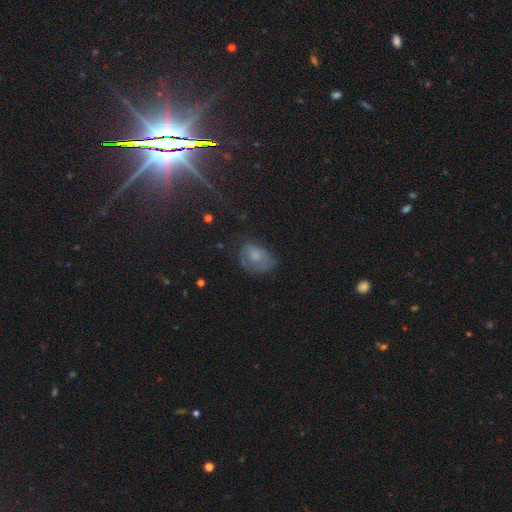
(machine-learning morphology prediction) smooth 56%, featured or disk 28%, star or artifact 16%. Down the decision tree: how rounded — in between (75%); merging — none (54%).